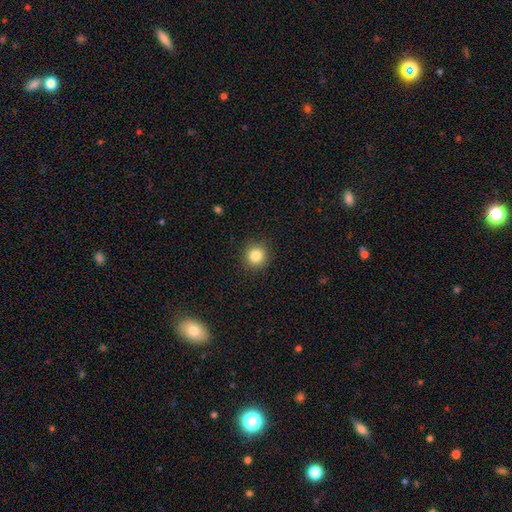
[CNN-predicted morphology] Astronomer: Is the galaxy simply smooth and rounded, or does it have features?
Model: smooth — 84%.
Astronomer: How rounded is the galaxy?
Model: round — 93%.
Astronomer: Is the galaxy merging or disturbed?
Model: none — 91%.